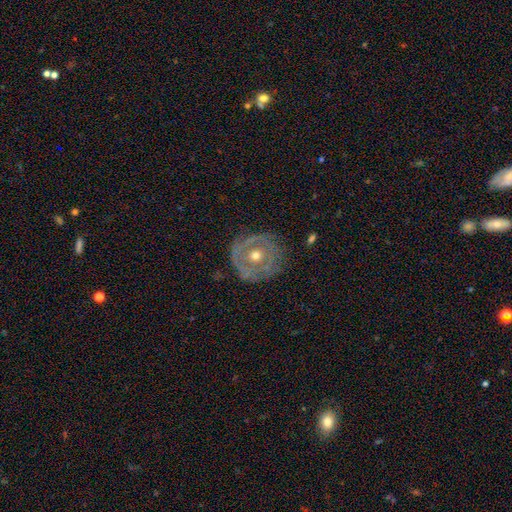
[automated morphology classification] featured or disk 71%, smooth 22%, star or artifact 7%. Down the decision tree: edge-on disk — no (96%); bar — no (83%); spiral arms — no (50%, tied with yes); bulge size — moderate (71%); merging — none (75%).